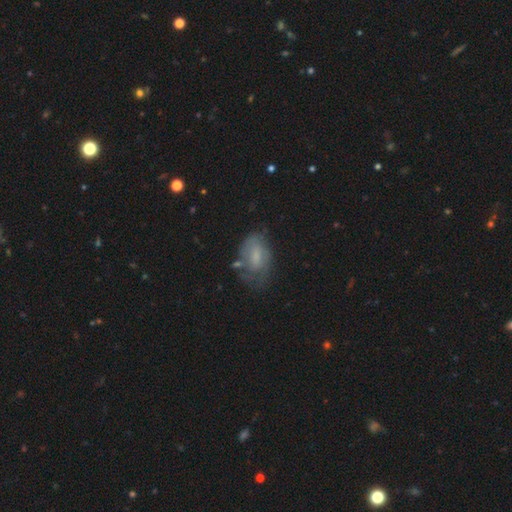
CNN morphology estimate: Overall: smooth (53%; featured or disk 38%). How rounded: in between (87%). Merging: none (48%; minor disturbance 30%).